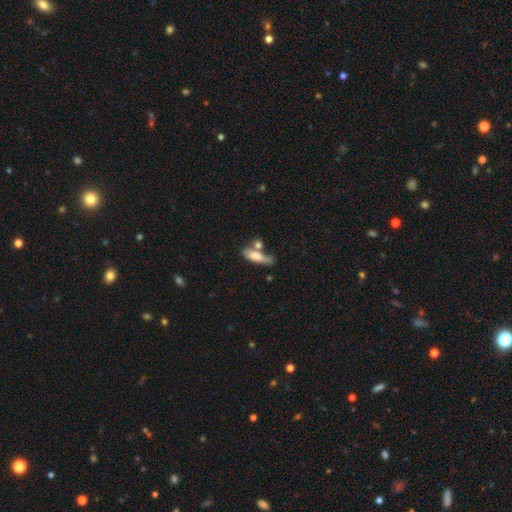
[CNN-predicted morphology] Smooth or featured? smooth (69%)
How rounded? in between (57%)
Merging? none (35%)